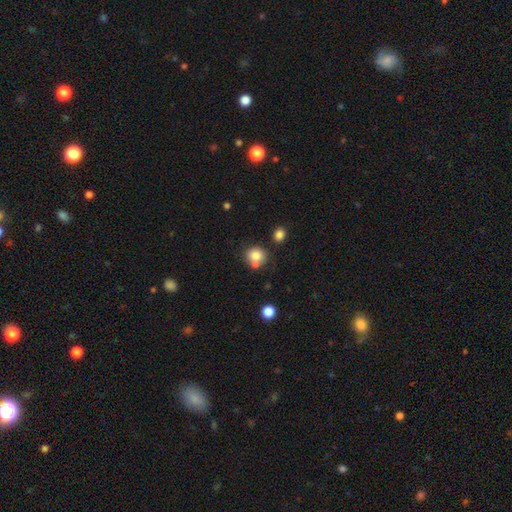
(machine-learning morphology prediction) smooth 80%, star or artifact 11%, featured or disk 10%. Down the decision tree: how rounded — round (84%); merging — none (60%).